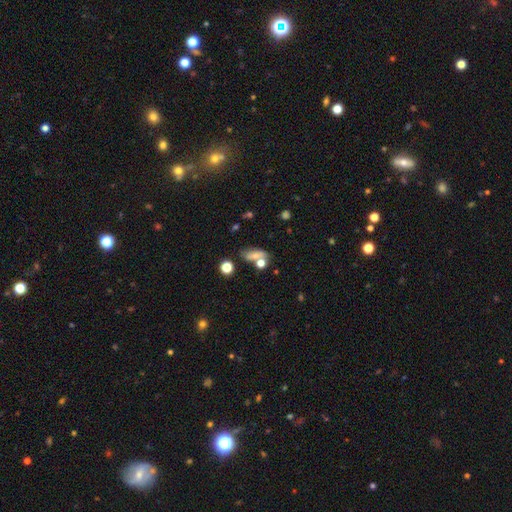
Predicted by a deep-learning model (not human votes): This is likely a smooth galaxy (62%). How rounded: likely in between (66%). Merging: possibly none (50%).